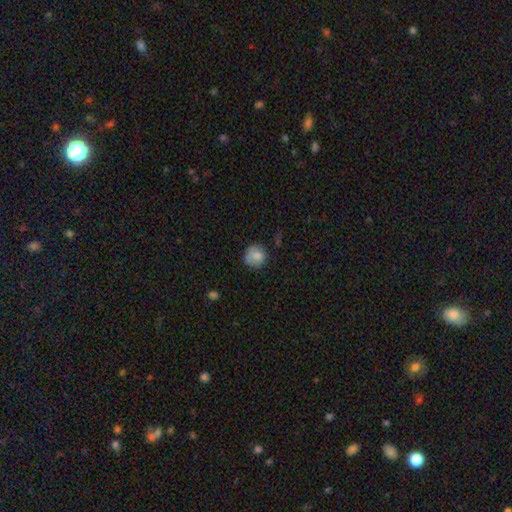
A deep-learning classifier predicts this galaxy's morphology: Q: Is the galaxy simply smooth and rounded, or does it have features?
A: smooth — 81%.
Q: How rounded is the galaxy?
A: round — 89%.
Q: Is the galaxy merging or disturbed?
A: none — 73%.